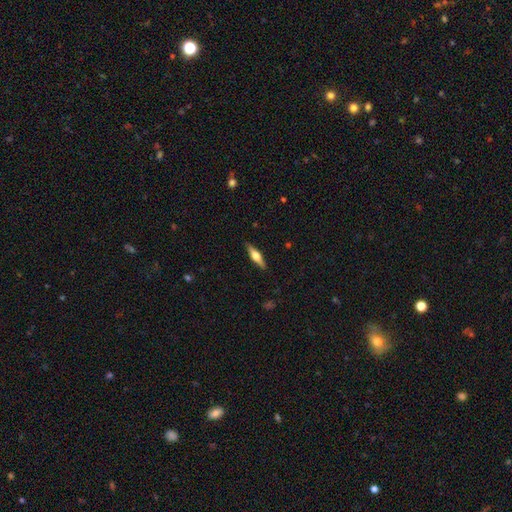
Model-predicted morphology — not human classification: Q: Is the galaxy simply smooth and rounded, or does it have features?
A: featured or disk — 58%.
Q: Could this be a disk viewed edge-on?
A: yes — 96%.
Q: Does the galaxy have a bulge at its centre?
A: rounded — 91%.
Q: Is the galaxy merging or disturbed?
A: none — 89%.